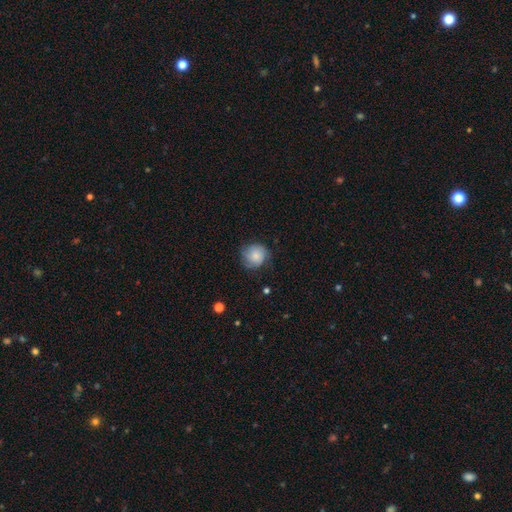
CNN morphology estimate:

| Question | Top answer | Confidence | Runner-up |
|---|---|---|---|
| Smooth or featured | smooth | 67% | featured or disk (25%) |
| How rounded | round | 88% | in between (11%) |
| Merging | none | 66% | minor disturbance (24%) |